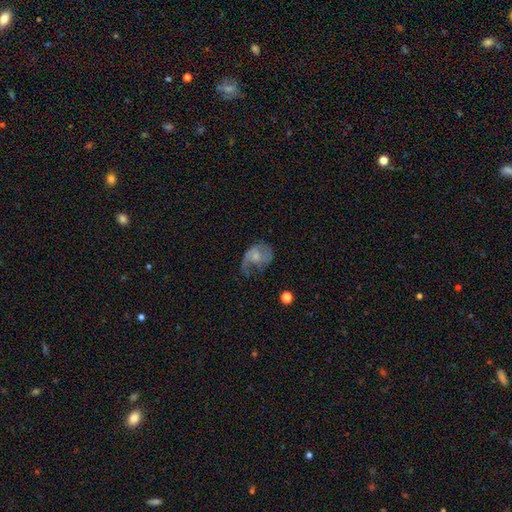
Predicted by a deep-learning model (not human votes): Smooth or featured: featured or disk — 60% (smooth — 32%)
Edge-on disk: no — 97% (yes — 3%)
Bar: no — 67% (weak — 29%)
Spiral arms: yes — 77% (no — 23%)
Bulge size: small — 45% (moderate — 36%)
Merging: major disturbance — 36% (none — 33%)